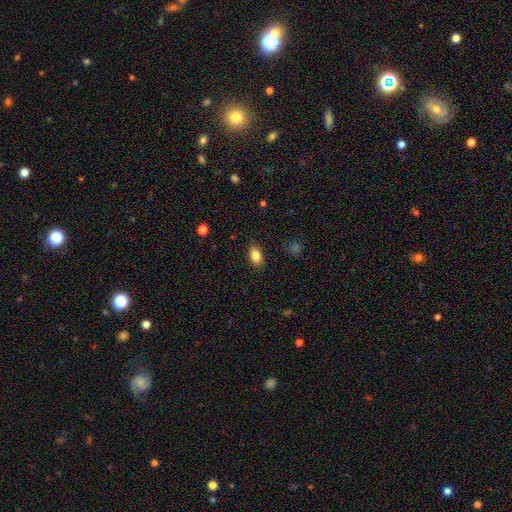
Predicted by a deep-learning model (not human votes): Smooth or featured: smooth — 83% (featured or disk — 9%)
How rounded: in between — 89% (round — 7%)
Merging: none — 87% (minor disturbance — 9%)